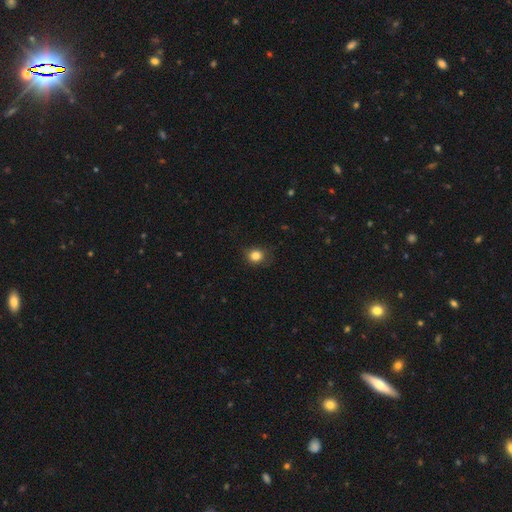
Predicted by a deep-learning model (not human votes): This is clearly a smooth galaxy (84%). How rounded: likely round (77%). Merging: clearly none (80%).